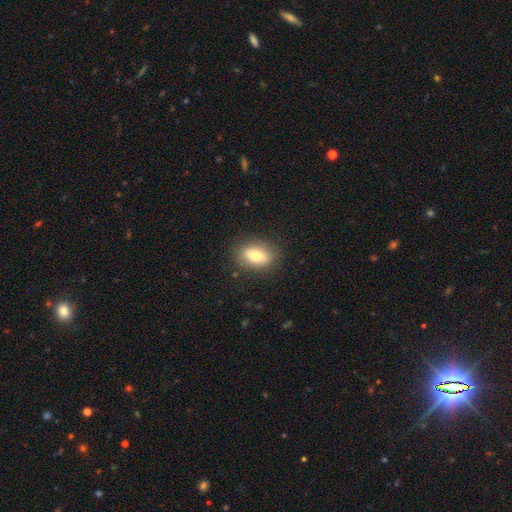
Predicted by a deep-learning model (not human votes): A smooth galaxy with no disk features (73%) that is in between round and cigar-shaped (76%).

Vote fractions:
- Smooth or featured? smooth: 73% / featured or disk: 19% / star or artifact: 9%
- How rounded? in between: 76% / round: 22% / cigar-shaped: 2%
- Merging? none: 85% / minor disturbance: 11% / major disturbance: 4% / merger: 1%